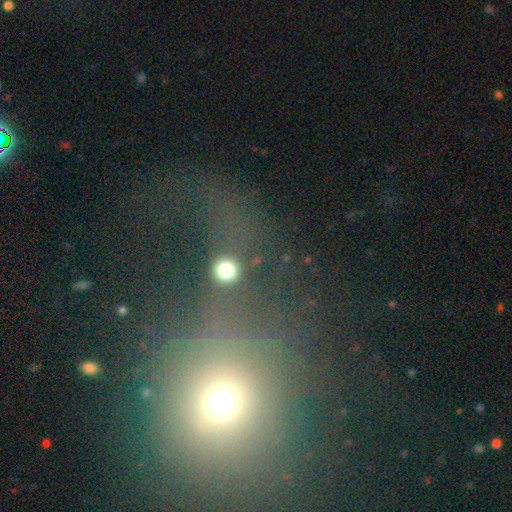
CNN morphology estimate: Overall: smooth (45%; star or artifact 33%). Merging: none (33%; major disturbance 32%).